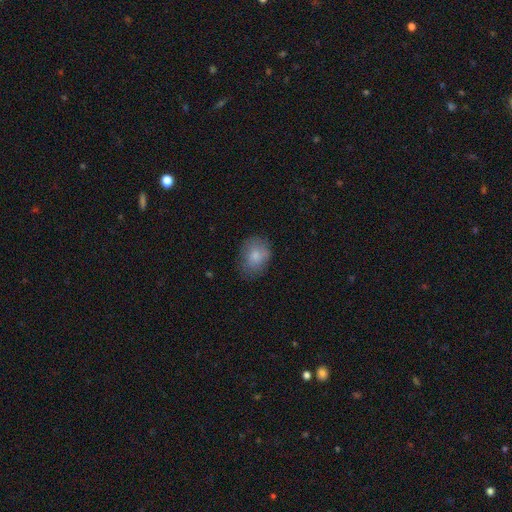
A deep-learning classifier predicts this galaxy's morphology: type=smooth (80%); roundness=in between (57%); merging=none (68%).